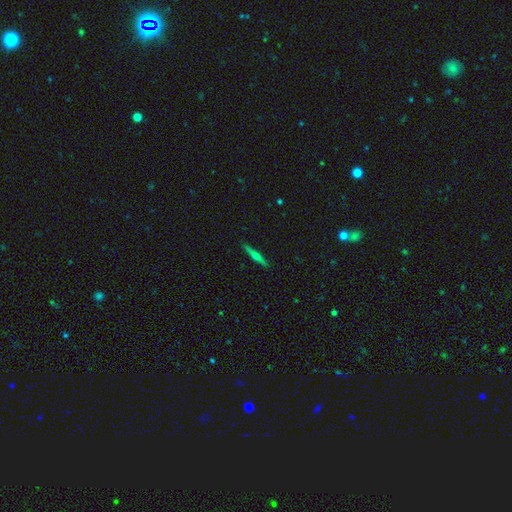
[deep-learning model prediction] Smooth or featured: featured or disk — 62% (smooth — 32%)
Edge-on disk: yes — 98% (no — 2%)
Edge-on bulge: rounded — 82% (none — 11%)
Merging: none — 91% (minor disturbance — 7%)